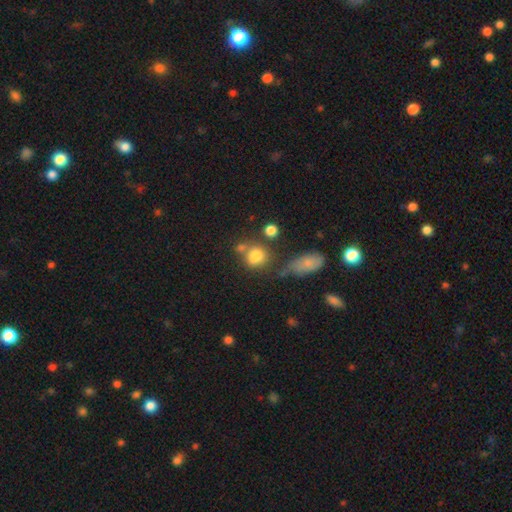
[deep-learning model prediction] Overall: smooth (79%). How rounded: round (60%; in between 37%). Merging: none (52%; merger 24%).